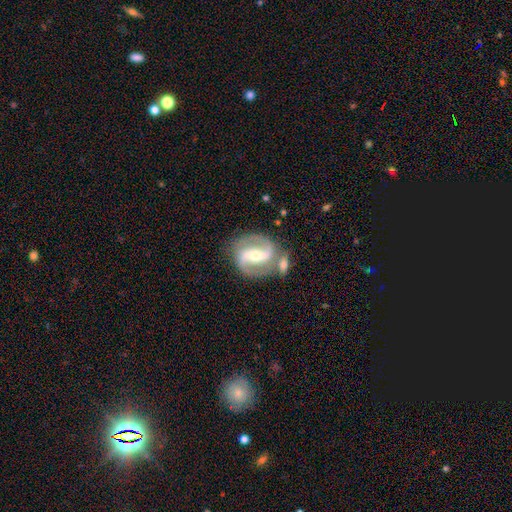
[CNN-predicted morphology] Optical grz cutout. It shows a featured or disk galaxy (89%) with a strong bar (57%), 2 (93%) medium (55%) spiral arms (97%) and a moderate central bulge (49%). Merging: none (69%).